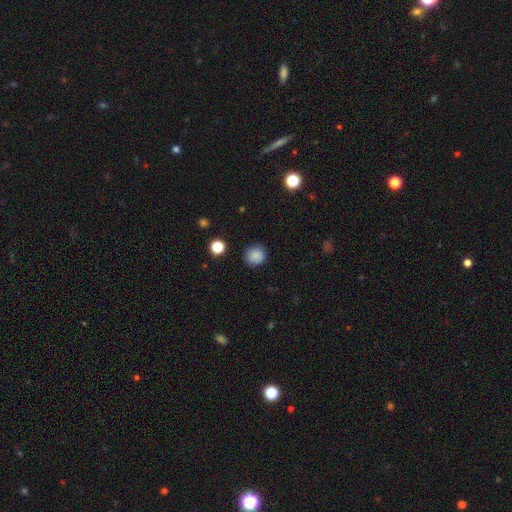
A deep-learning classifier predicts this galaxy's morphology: A smooth galaxy with no disk features (87%) that is round (93%). Merging: none (89%).